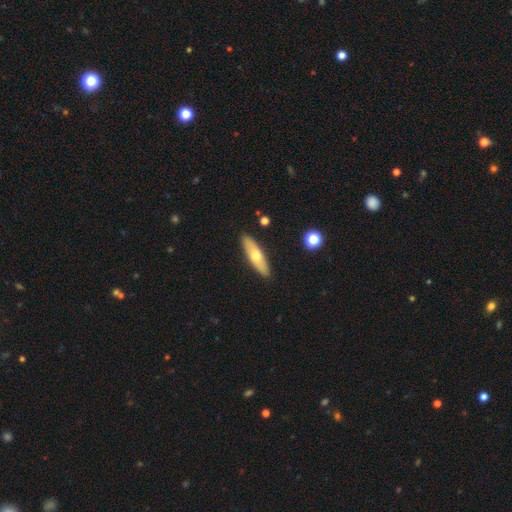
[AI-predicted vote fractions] A smooth galaxy with no disk features (55%) that is cigar-shaped (58%).

Vote fractions:
- Smooth or featured? smooth: 55% / featured or disk: 39% / star or artifact: 6%
- How rounded? cigar-shaped: 58% / in between: 40% / round: 3%
- Merging? none: 90% / minor disturbance: 7% / major disturbance: 2% / merger: 1%